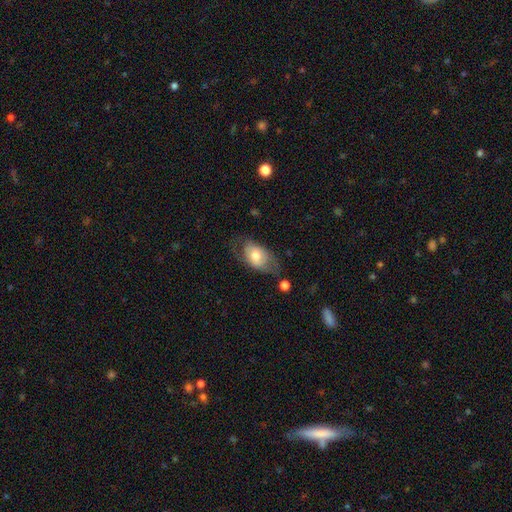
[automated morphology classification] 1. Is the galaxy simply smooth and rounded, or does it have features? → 61% smooth, 32% featured or disk, 7% star or artifact.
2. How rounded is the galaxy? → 86% in between, 11% round, 2% cigar-shaped.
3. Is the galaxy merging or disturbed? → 46% none, 29% minor disturbance, 21% major disturbance, 4% merger.